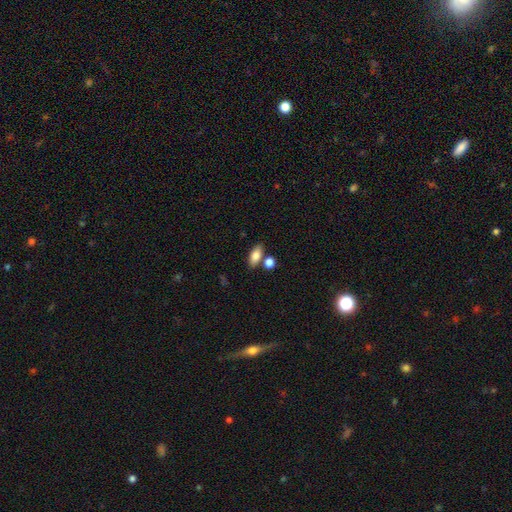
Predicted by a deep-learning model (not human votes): smooth-or-featured: smooth: 80% | featured or disk: 12% | star or artifact: 8%
  how-rounded: in between: 84% | cigar-shaped: 10% | round: 6%
  merging: none: 71% | merger: 15% | minor disturbance: 11% | major disturbance: 3%